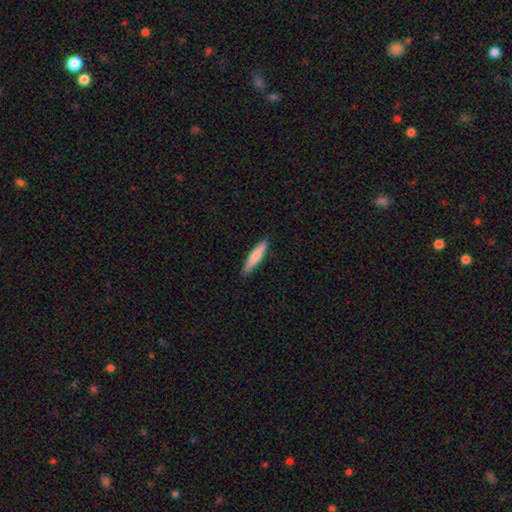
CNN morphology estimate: smooth_or_featured: smooth (p=0.74) [alt: featured or disk p=0.21]
how_rounded: cigar-shaped (p=0.85) [alt: in between p=0.14]
merging: none (p=0.88) [alt: minor disturbance p=0.09]